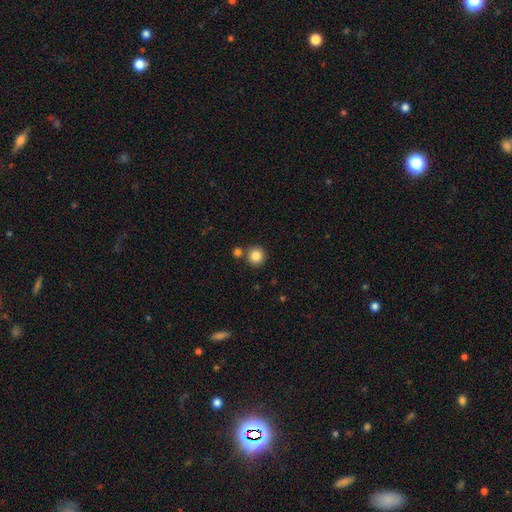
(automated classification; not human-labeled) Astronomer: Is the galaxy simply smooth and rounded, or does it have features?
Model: smooth — 85%.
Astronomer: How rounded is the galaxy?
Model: round — 94%.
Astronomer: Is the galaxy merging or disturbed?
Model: none — 80%.